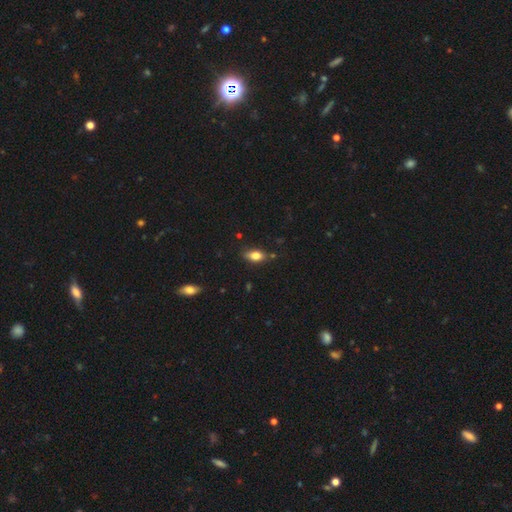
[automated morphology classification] type=smooth (80%); roundness=in between (85%); merging=none (77%).